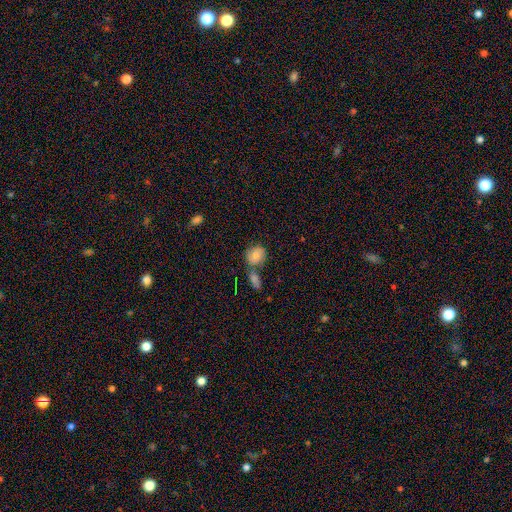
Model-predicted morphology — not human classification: A smooth galaxy with no disk features (71%) that is round (69%).

Vote fractions:
- Smooth or featured? smooth: 71% / featured or disk: 20% / star or artifact: 9%
- How rounded? round: 69% / in between: 29% / cigar-shaped: 2%
- Merging? none: 48% / merger: 33% / minor disturbance: 14% / major disturbance: 5%